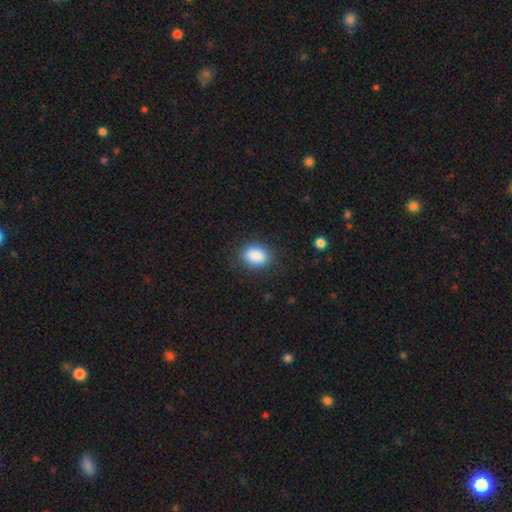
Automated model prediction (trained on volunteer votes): Smooth or featured?
  - smooth: 88% *
  - star or artifact: 8%
  - featured or disk: 4%
How rounded?
  - in between: 69% *
  - round: 30%
  - cigar-shaped: 1%
Merging?
  - none: 85% *
  - minor disturbance: 11%
  - major disturbance: 4%
  - merger: 1%